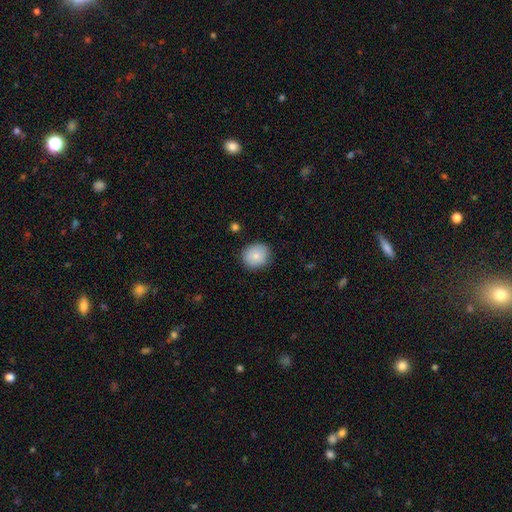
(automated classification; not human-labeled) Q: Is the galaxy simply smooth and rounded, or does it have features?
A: smooth — 83%.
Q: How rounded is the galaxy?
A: round — 77%.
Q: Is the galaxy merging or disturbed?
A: none — 86%.